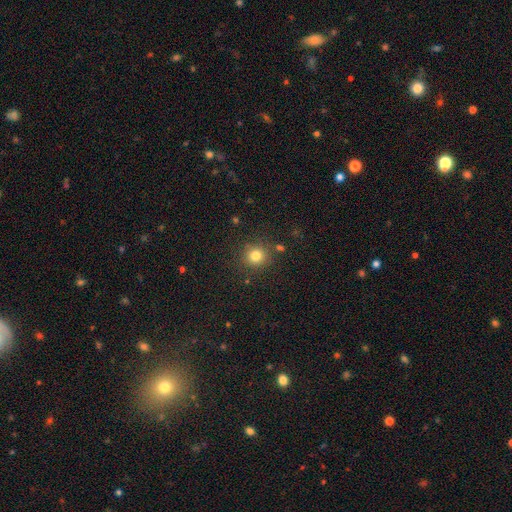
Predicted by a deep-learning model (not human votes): smooth 80%, star or artifact 14%, featured or disk 6%. Down the decision tree: how rounded — round (92%); merging — none (85%).